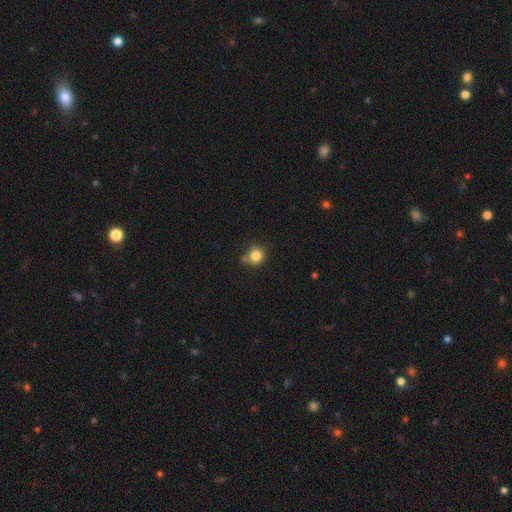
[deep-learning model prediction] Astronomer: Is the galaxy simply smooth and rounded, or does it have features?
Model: smooth — 83%.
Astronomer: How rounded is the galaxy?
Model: round — 87%.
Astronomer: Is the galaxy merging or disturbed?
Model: none — 68%.